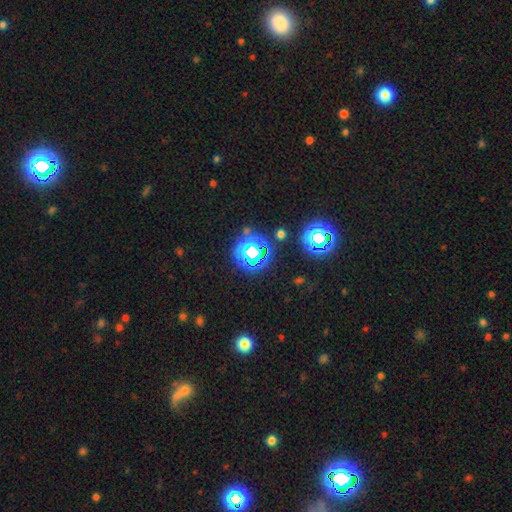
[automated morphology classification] A star or artifact, not a galaxy (69%).

Vote fractions:
- Smooth or featured? star or artifact: 69% / smooth: 20% / featured or disk: 11%